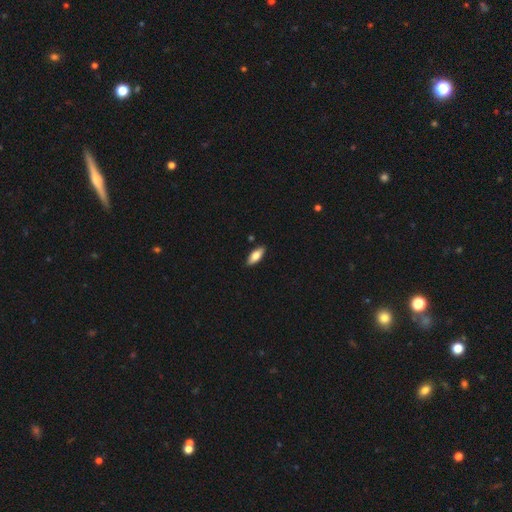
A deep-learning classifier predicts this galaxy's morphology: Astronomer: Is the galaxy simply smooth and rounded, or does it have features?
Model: smooth — 78%.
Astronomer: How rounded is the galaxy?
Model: in between — 79%.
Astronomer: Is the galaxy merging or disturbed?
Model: none — 88%.